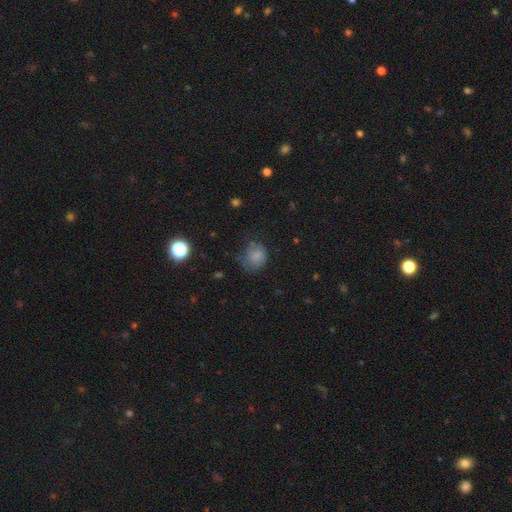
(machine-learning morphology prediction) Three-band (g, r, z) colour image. It shows a smooth galaxy with no disk features (75%) that is round (68%). Merging: none (50%).